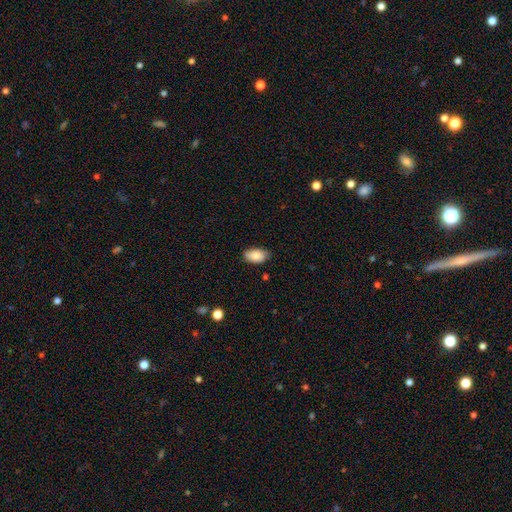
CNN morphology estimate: smooth_or_featured: smooth (p=0.84) [alt: featured or disk p=0.09]
how_rounded: in between (p=0.93) [alt: round p=0.05]
merging: none (p=0.76) [alt: minor disturbance p=0.20]